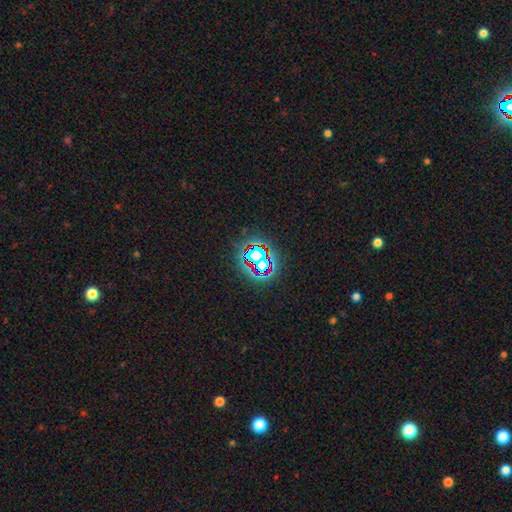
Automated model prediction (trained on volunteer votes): smooth_or_featured: star or artifact (p=0.70) [alt: smooth p=0.17]